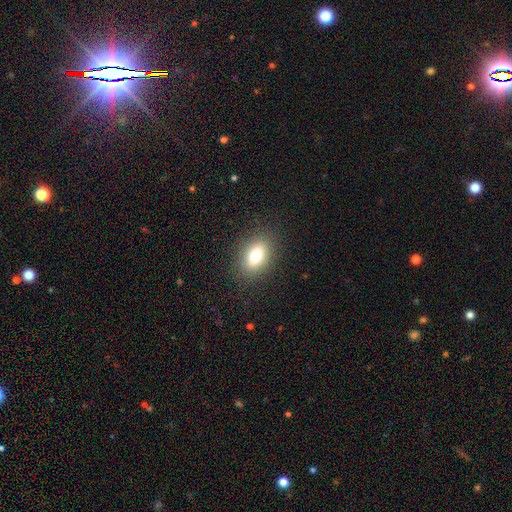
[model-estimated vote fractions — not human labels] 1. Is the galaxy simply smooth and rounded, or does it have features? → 77% smooth, 13% featured or disk, 10% star or artifact.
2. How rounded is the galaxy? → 84% in between, 13% round, 3% cigar-shaped.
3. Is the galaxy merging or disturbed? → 86% none, 9% minor disturbance, 3% major disturbance, 1% merger.